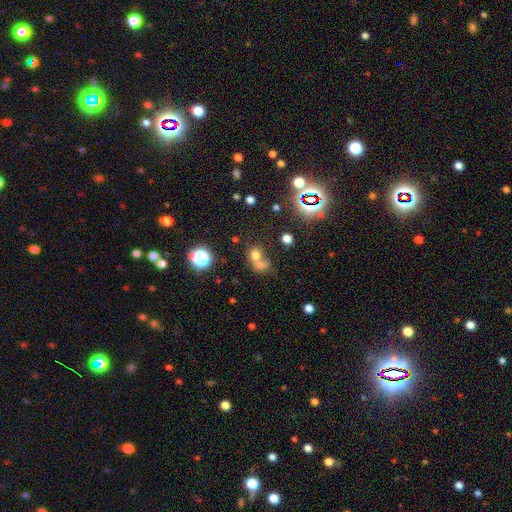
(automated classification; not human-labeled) Morphology: type=smooth (66%); roundness=round (66%); merging=merger (55%).